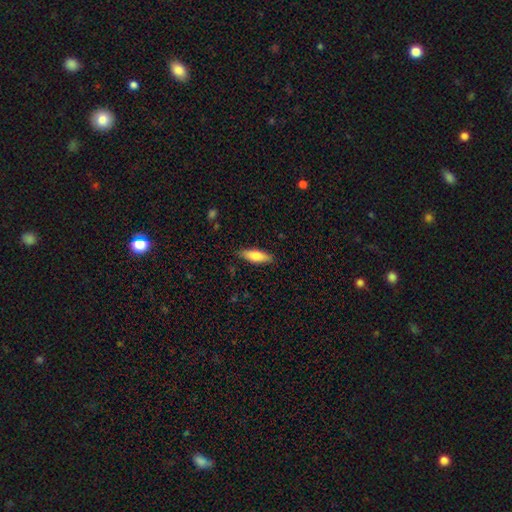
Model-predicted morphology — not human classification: This is likely a smooth galaxy (78%). How rounded: possibly in between (54%). Merging: clearly none (86%).